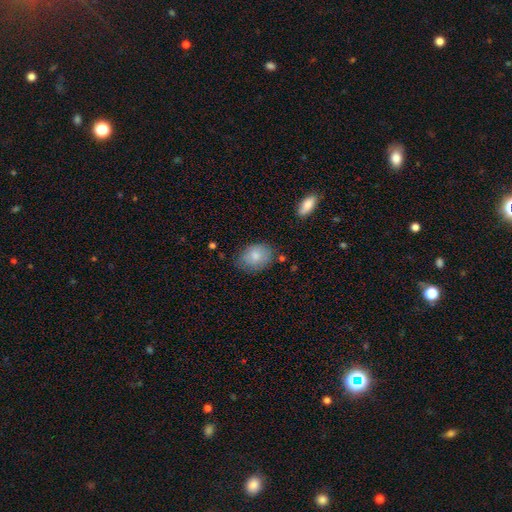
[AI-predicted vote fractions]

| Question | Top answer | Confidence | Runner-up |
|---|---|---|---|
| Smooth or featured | smooth | 81% | featured or disk (12%) |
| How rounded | in between | 71% | round (28%) |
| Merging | none | 70% | minor disturbance (22%) |